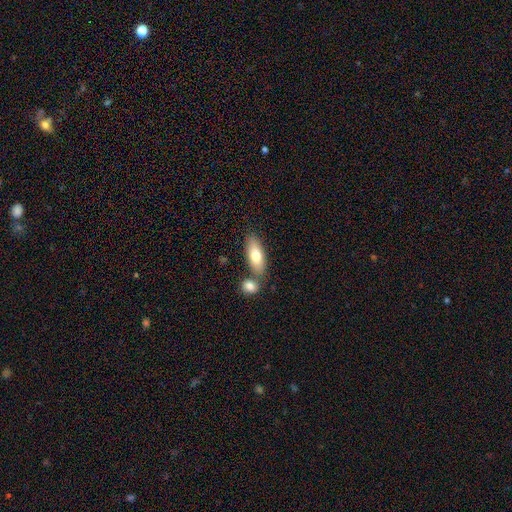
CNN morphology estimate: smooth-or-featured: smooth: 75% | featured or disk: 19% | star or artifact: 6%
  how-rounded: in between: 77% | cigar-shaped: 19% | round: 3%
  merging: none: 62% | merger: 25% | minor disturbance: 11% | major disturbance: 3%